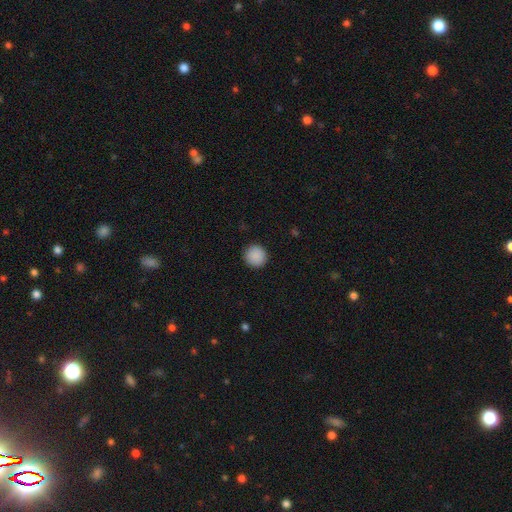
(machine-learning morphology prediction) type=smooth (90%); roundness=round (95%); merging=none (93%).